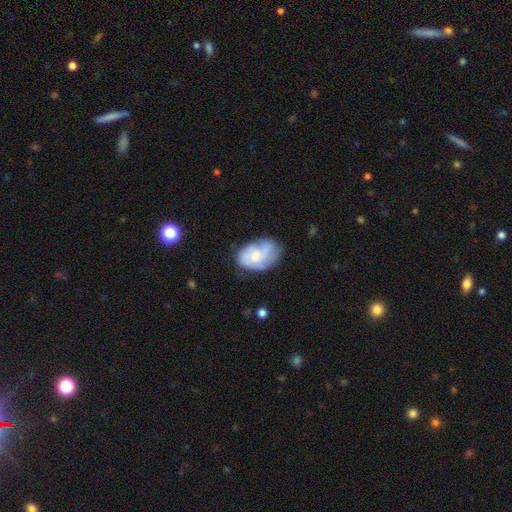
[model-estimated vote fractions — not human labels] The model was most divided on "smooth or featured": featured or disk: 51%, smooth: 42%, star or artifact: 7%. Remaining: edge-on disk — no (97%); merging — none (49%).